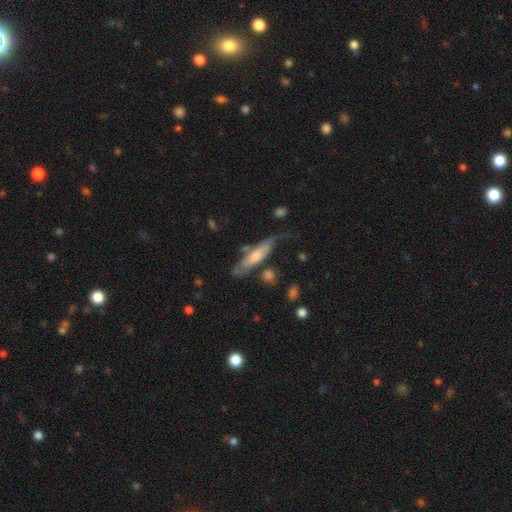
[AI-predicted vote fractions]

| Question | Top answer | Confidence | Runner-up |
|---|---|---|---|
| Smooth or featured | featured or disk | 52% | smooth (42%) |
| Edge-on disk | yes | 56% | no (44%) |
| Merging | none | 46% | minor disturbance (29%) |